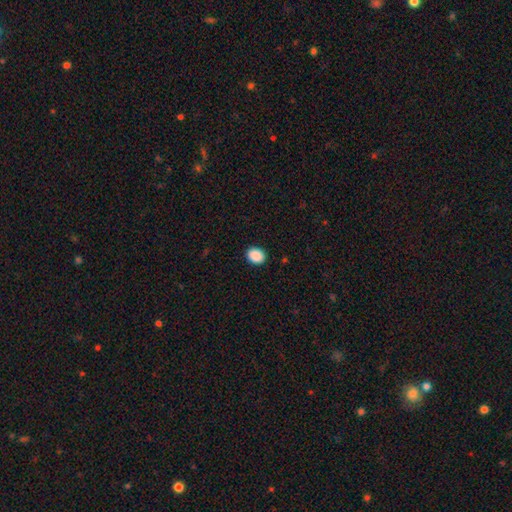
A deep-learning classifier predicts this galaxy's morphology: smooth-or-featured: smooth: 90% | star or artifact: 8% | featured or disk: 2%
  how-rounded: in between: 54% | round: 46% | cigar-shaped: 1%
  merging: none: 91% | minor disturbance: 7% | major disturbance: 2% | merger: 1%